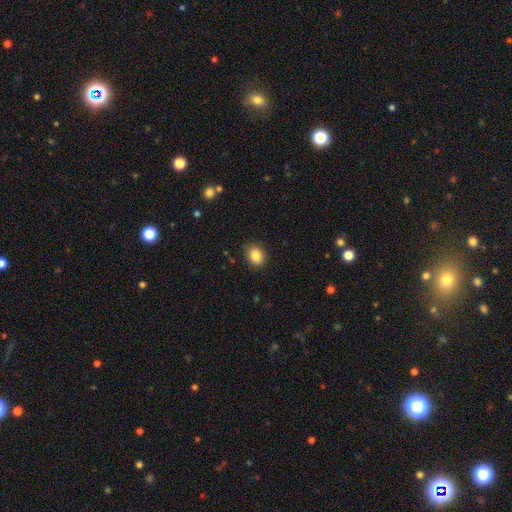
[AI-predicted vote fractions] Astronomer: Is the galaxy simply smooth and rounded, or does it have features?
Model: smooth — 86%.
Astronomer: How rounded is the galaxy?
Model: round — 54% (runner-up: in between, 45%).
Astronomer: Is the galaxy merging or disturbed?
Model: none — 84%.